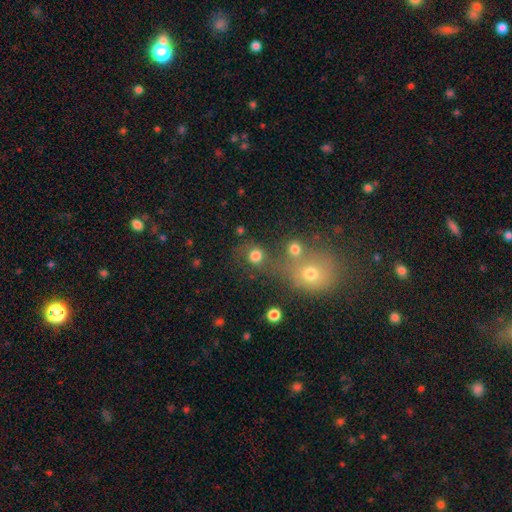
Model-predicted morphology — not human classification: A smooth galaxy with no disk features (75%) that is round (84%).

Vote fractions:
- Smooth or featured? smooth: 75% / star or artifact: 14% / featured or disk: 11%
- How rounded? round: 84% / in between: 15% / cigar-shaped: 1%
- Merging? none: 49% / merger: 28% / minor disturbance: 12% / major disturbance: 11%